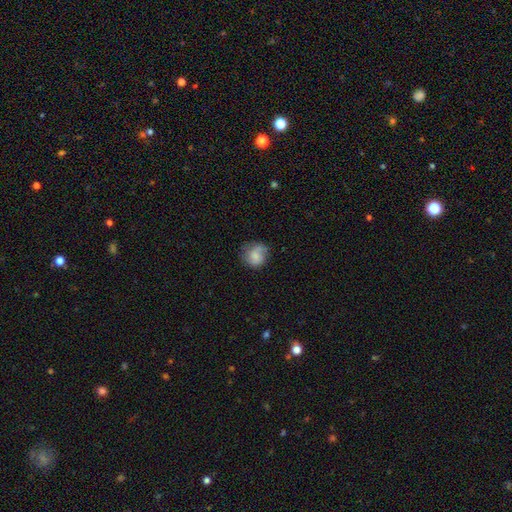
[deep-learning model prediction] smooth 64%, featured or disk 27%, star or artifact 8%. Down the decision tree: how rounded — round (78%); merging — none (58%).